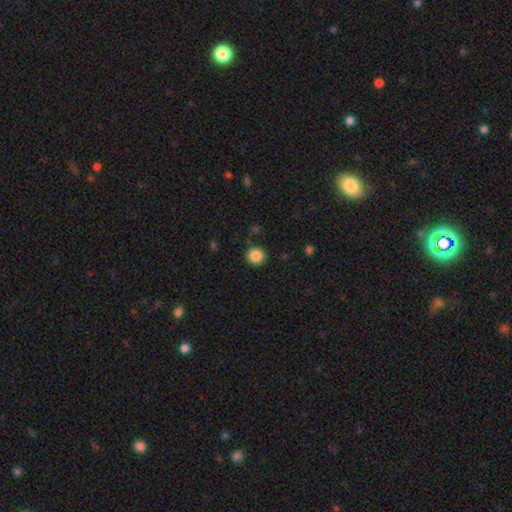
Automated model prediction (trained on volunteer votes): Smooth or featured? smooth (87%)
How rounded? round (94%)
Merging? none (90%)